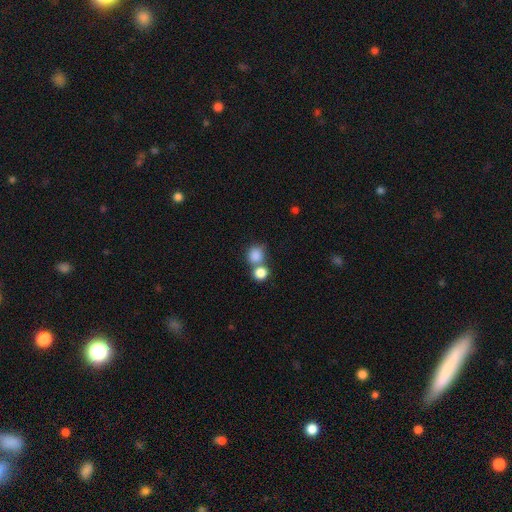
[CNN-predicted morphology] A smooth galaxy with no disk features (84%) that is round (79%).

Vote fractions:
- Smooth or featured? smooth: 84% / star or artifact: 10% / featured or disk: 7%
- How rounded? round: 79% / in between: 20% / cigar-shaped: 1%
- Merging? merger: 44% / none: 43% / minor disturbance: 8% / major disturbance: 4%